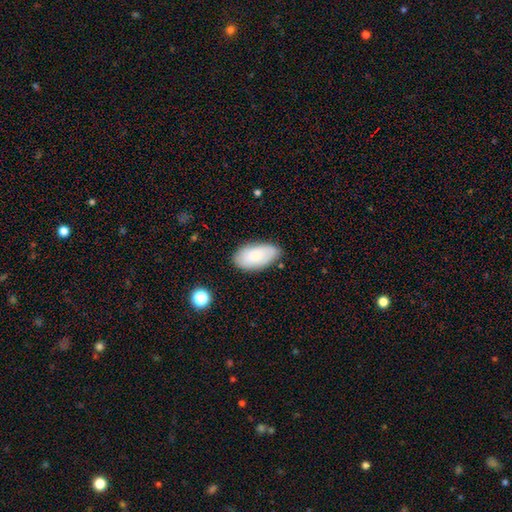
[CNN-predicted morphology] Smooth or featured? Predicted: smooth (p=0.77). How rounded? Predicted: in between (p=0.95). Merging? Predicted: none (p=0.78).